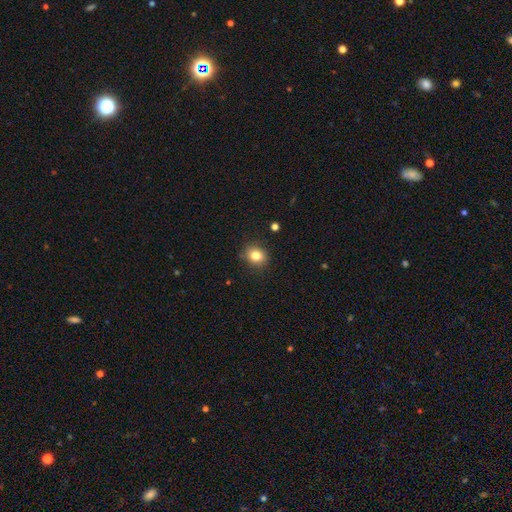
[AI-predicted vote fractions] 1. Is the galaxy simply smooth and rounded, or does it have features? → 81% smooth, 11% star or artifact, 7% featured or disk.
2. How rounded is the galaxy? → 72% round, 27% in between, 1% cigar-shaped.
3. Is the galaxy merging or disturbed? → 85% none, 11% minor disturbance, 3% major disturbance, 1% merger.